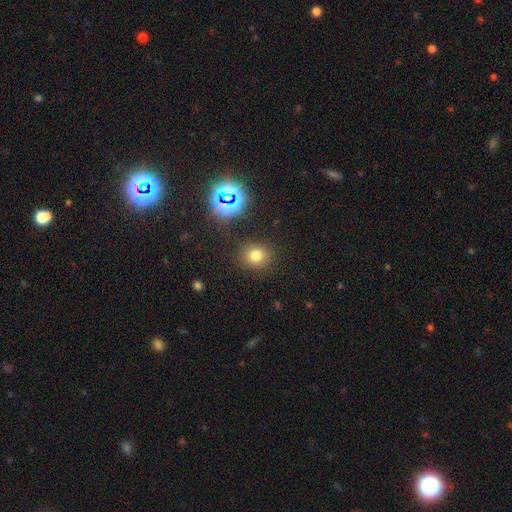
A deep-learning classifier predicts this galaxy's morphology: Smooth or featured? Predicted: smooth (p=0.72). How rounded? Predicted: round (p=0.80). Merging? Predicted: none (p=0.86).